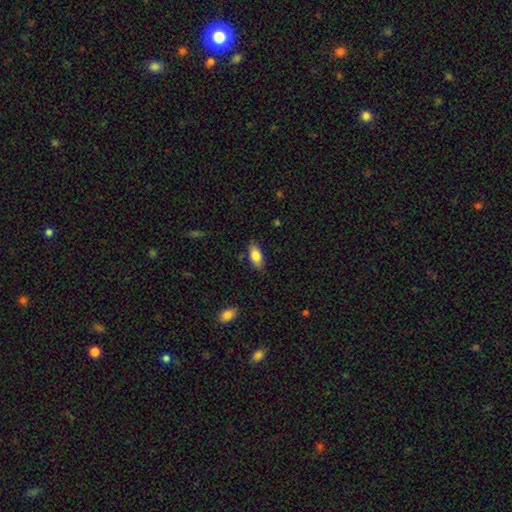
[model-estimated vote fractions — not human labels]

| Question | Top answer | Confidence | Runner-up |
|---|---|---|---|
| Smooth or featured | smooth | 83% | featured or disk (10%) |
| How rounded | in between | 88% | cigar-shaped (8%) |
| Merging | none | 82% | minor disturbance (14%) |